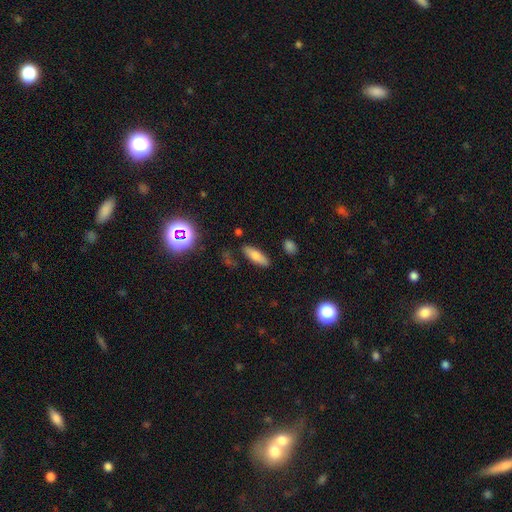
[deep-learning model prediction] This is likely a smooth galaxy (75%). How rounded: likely in between (62%). Merging: likely none (79%).